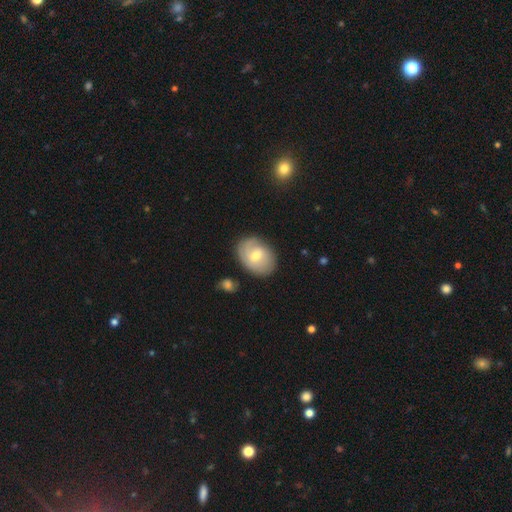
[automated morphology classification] smooth_or_featured: featured or disk (p=0.52) [alt: smooth p=0.41]
disk_edge_on: no (p=0.95) [alt: yes p=0.05]
merging: none (p=0.76) [alt: minor disturbance p=0.17]